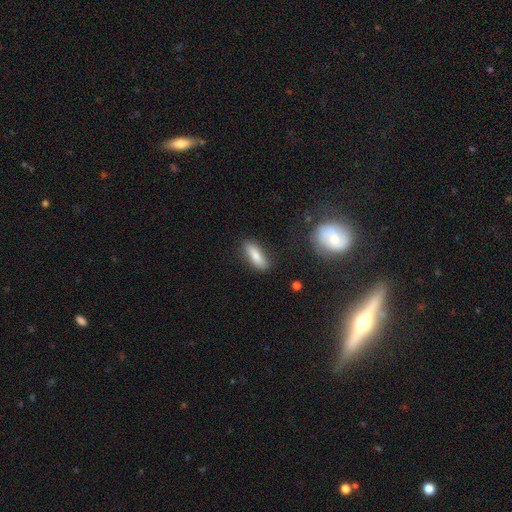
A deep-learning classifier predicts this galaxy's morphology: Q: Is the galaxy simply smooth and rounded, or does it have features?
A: smooth — 78%.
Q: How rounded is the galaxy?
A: in between — 51%.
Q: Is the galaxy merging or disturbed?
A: none — 82%.